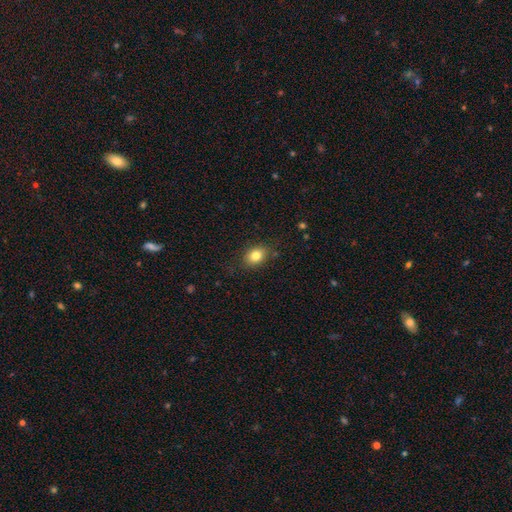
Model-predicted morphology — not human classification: Smooth or featured: smooth — 81% (star or artifact — 10%)
How rounded: in between — 62% (round — 37%)
Merging: none — 83% (minor disturbance — 13%)